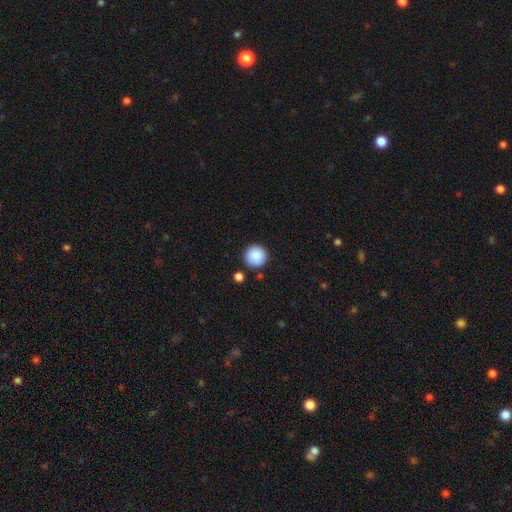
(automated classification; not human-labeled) Morphology: type=smooth (88%); roundness=round (95%); merging=none (87%).